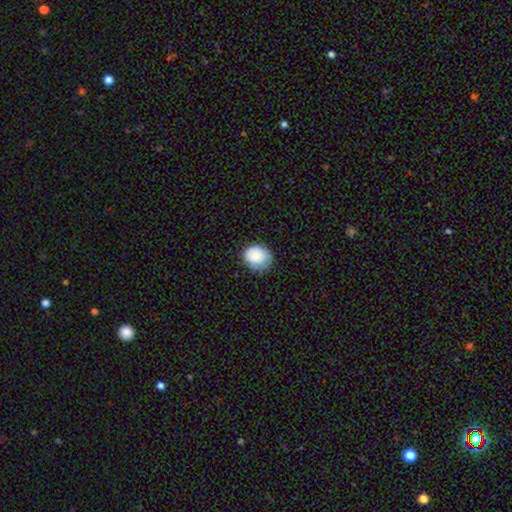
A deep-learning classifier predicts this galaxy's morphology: type=smooth (85%); roundness=round (66%); merging=none (67%).